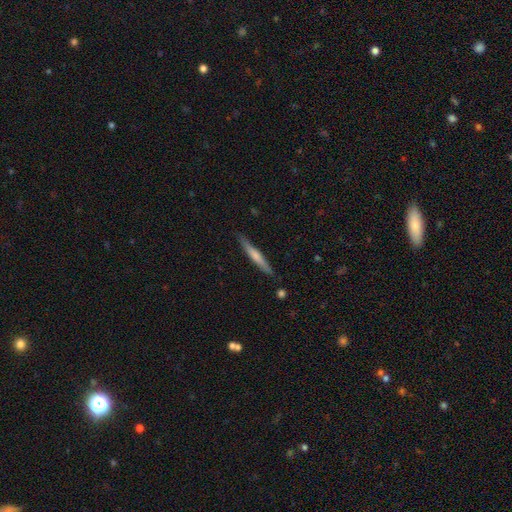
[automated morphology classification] type=smooth (55%); roundness=cigar-shaped (95%); merging=none (86%).